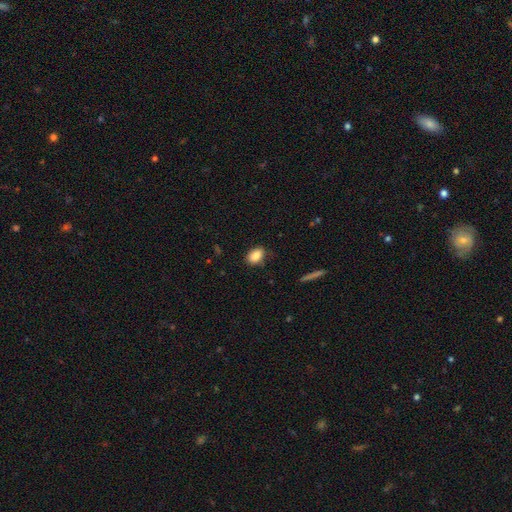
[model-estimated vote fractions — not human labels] smooth 87%, star or artifact 8%, featured or disk 5%. Down the decision tree: how rounded — in between (85%); merging — none (79%).